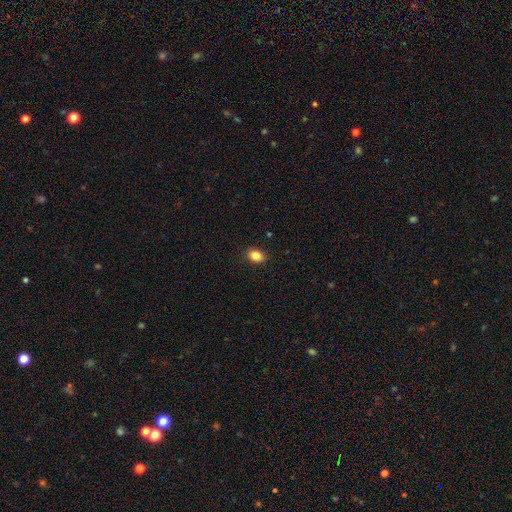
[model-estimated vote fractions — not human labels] This appears to be a smooth galaxy with no disk features (85%) that is in between round and cigar-shaped (76%). Merging: none (89%).